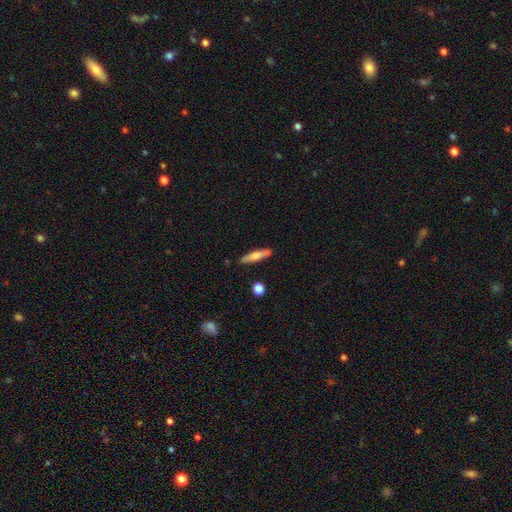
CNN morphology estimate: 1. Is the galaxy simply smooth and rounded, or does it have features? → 55% smooth, 38% featured or disk, 6% star or artifact.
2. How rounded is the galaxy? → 83% cigar-shaped, 15% in between, 2% round.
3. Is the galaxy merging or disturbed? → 81% none, 11% minor disturbance, 5% merger, 2% major disturbance.